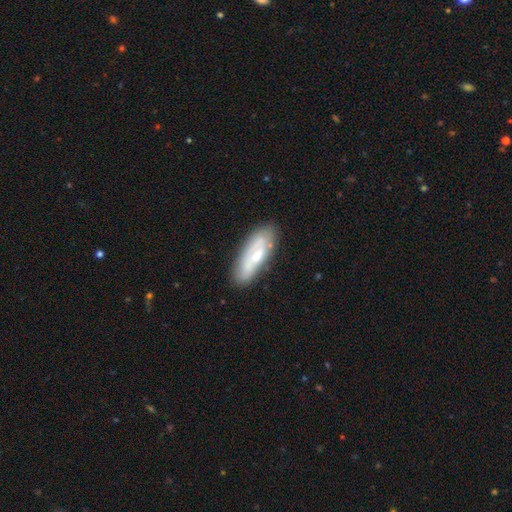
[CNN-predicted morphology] A featured or disk galaxy (53%).

Vote fractions:
- Smooth or featured? featured or disk: 53% / smooth: 40% / star or artifact: 7%
- Edge-on disk? no: 77% / yes: 23%
- Merging? none: 78% / minor disturbance: 16% / major disturbance: 4% / merger: 3%